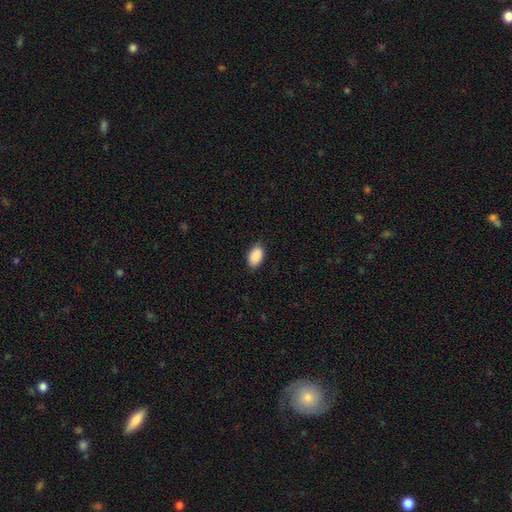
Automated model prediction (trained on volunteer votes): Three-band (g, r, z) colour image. It shows a smooth galaxy with no disk features (91%) that is in between round and cigar-shaped (93%). Merging: none (85%).